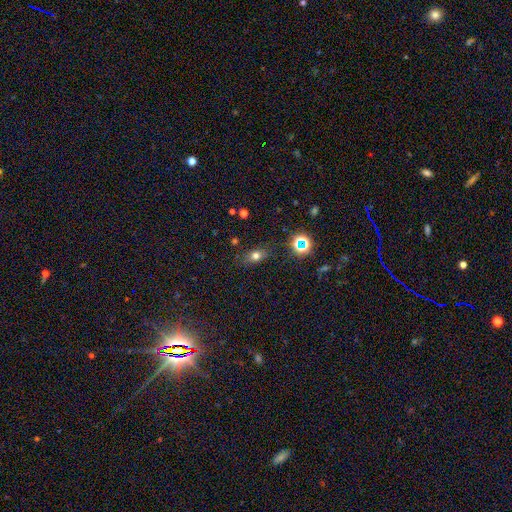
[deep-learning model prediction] A smooth galaxy with no disk features (67%) that is in between round and cigar-shaped (61%).

Vote fractions:
- Smooth or featured? smooth: 67% / star or artifact: 21% / featured or disk: 12%
- How rounded? in between: 61% / round: 34% / cigar-shaped: 6%
- Merging? none: 79% / minor disturbance: 14% / major disturbance: 4% / merger: 2%